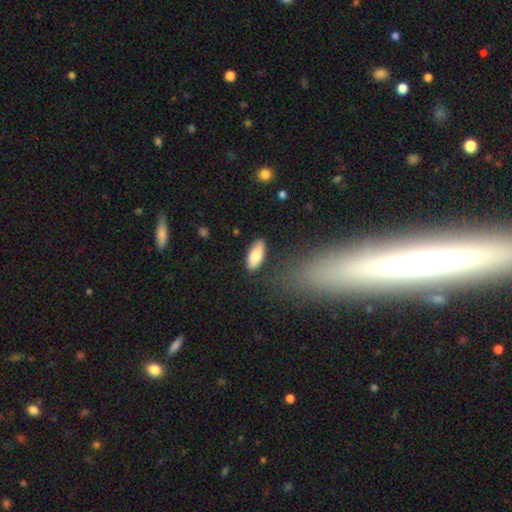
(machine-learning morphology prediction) The model was most divided on "smooth or featured": smooth: 81%, featured or disk: 13%, star or artifact: 6%. More confident: how rounded — in between (84%); merging — none (83%).